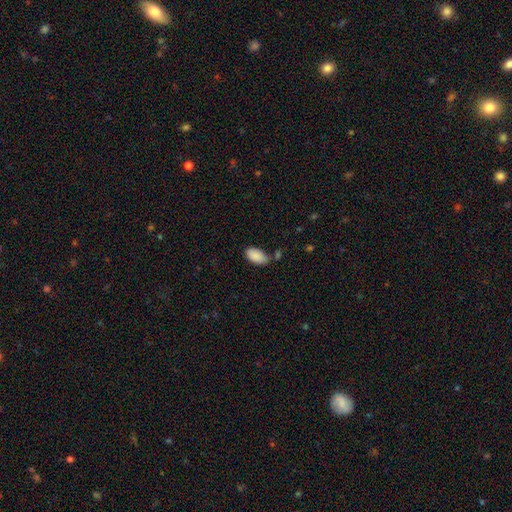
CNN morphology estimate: A smooth galaxy with no disk features (89%) that is in between round and cigar-shaped (95%).

Vote fractions:
- Smooth or featured? smooth: 89% / star or artifact: 7% / featured or disk: 4%
- How rounded? in between: 95% / round: 3% / cigar-shaped: 2%
- Merging? none: 66% / minor disturbance: 20% / merger: 10% / major disturbance: 4%